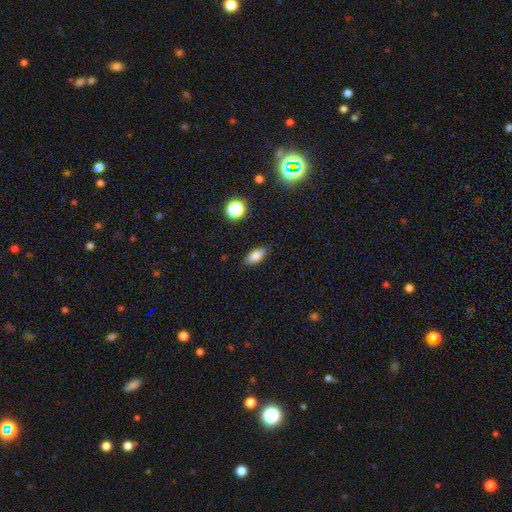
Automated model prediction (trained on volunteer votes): Q: Smooth or featured?
A: smooth (82%); runner-up: star or artifact (9%)
Q: How rounded?
A: in between (84%); runner-up: cigar-shaped (12%)
Q: Merging?
A: none (87%); runner-up: minor disturbance (10%)